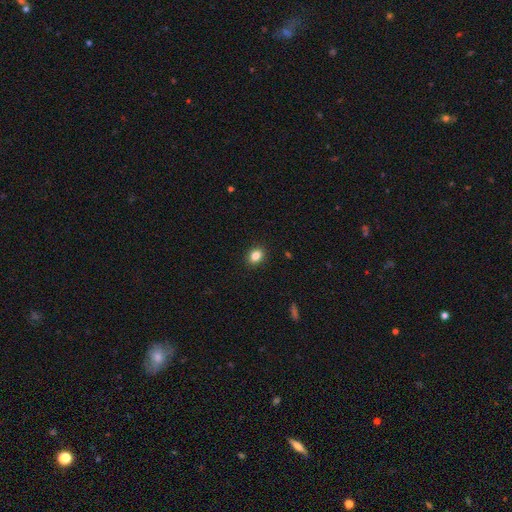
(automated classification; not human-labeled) Overall: smooth (84%). How rounded: in between (55%; round 44%). Merging: none (91%).